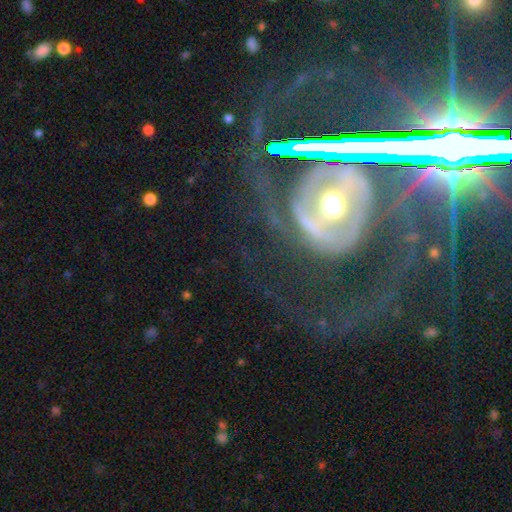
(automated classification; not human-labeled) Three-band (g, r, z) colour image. It shows a featured or disk galaxy (73%) with no bar (46%), spiral arms (72%) and a moderate central bulge (60%). Merging: none (46%).